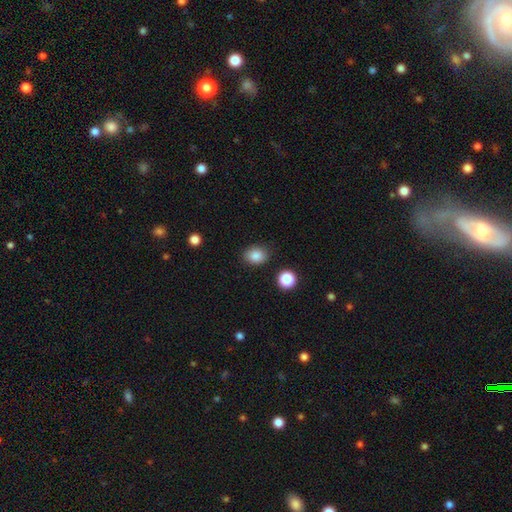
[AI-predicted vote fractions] This is clearly a smooth galaxy (86%). How rounded: possibly in between (58%). Merging: clearly none (84%).